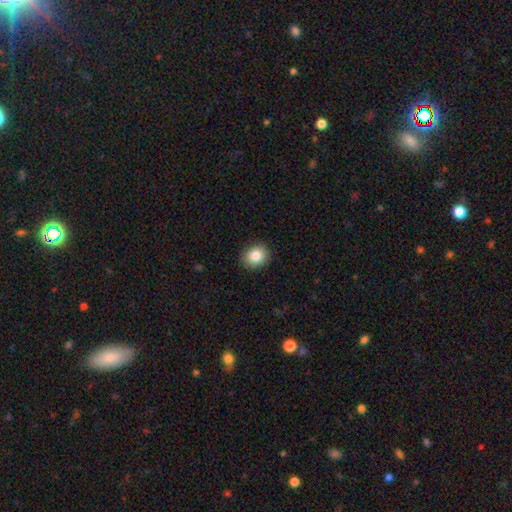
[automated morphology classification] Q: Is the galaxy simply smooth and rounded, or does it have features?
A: smooth — 85%.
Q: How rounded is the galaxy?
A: round — 68%.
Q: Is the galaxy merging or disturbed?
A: none — 90%.